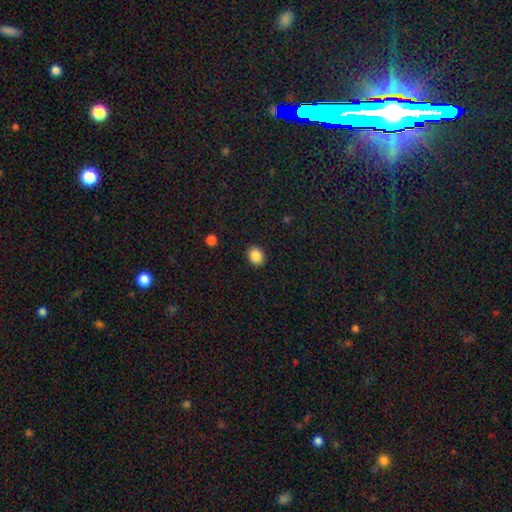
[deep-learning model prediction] smooth 87%, star or artifact 9%, featured or disk 4%. Down the decision tree: how rounded — round (53%); merging — none (90%).